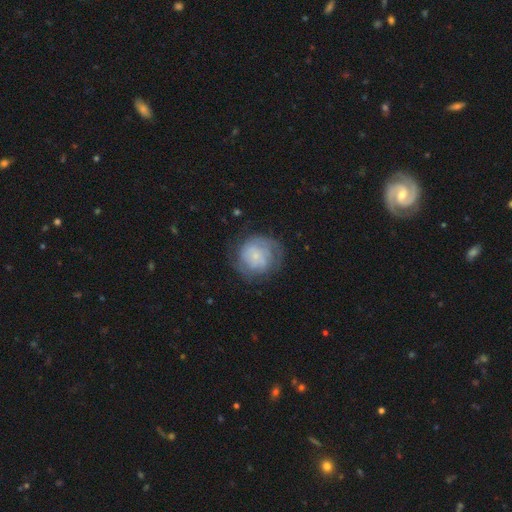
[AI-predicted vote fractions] Overall: featured or disk (51%; smooth 41%). Edge-on disk: no (98%). Merging: none (64%).